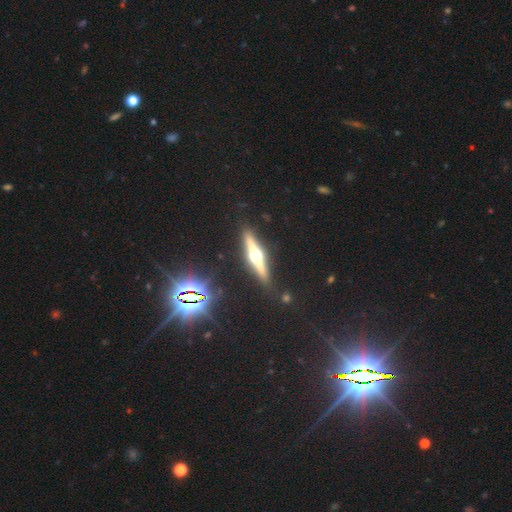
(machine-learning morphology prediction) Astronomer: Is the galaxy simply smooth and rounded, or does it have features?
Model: featured or disk — 77%.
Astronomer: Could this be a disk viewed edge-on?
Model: yes — 97%.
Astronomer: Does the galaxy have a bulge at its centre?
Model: rounded — 95%.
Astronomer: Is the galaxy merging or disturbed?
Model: none — 89%.